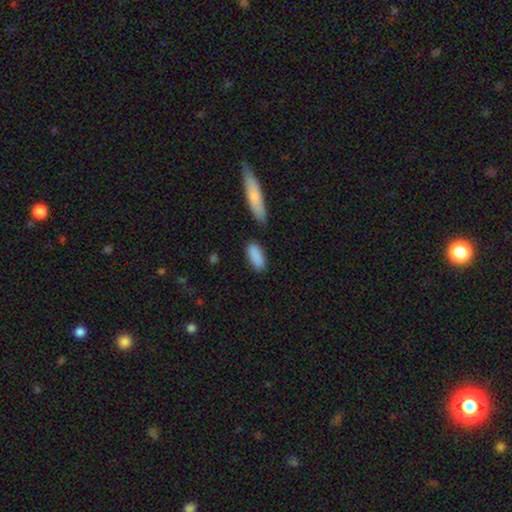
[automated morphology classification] A smooth galaxy with no disk features (89%) that is in between round and cigar-shaped (80%).

Vote fractions:
- Smooth or featured? smooth: 89% / star or artifact: 6% / featured or disk: 5%
- How rounded? in between: 80% / cigar-shaped: 18% / round: 2%
- Merging? none: 78% / minor disturbance: 14% / merger: 5% / major disturbance: 3%